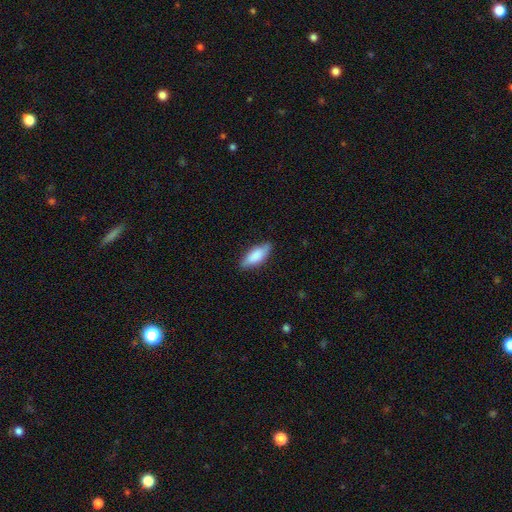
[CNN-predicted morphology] smooth 82%, featured or disk 12%, star or artifact 6%. Down the decision tree: how rounded — in between (76%); merging — none (80%).